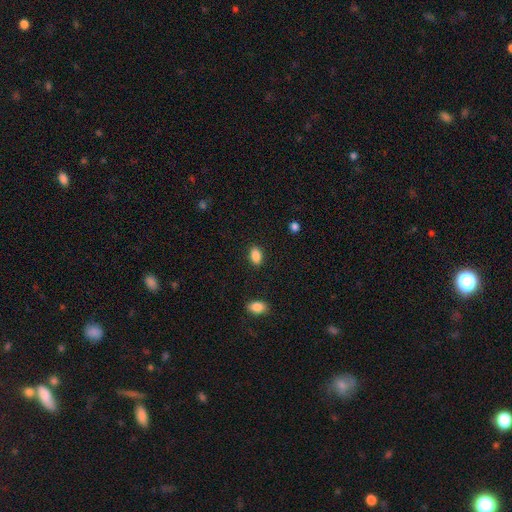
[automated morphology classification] smooth 88%, star or artifact 8%, featured or disk 4%. Down the decision tree: how rounded — in between (88%); merging — none (88%).